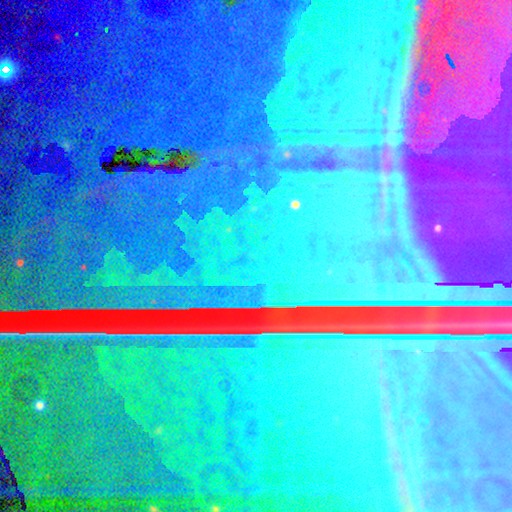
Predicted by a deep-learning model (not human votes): The model was most divided on "smooth or featured": star or artifact: 88%, featured or disk: 6%, smooth: 5%.